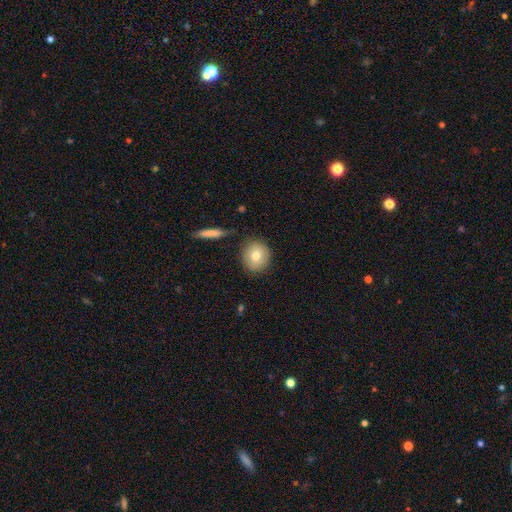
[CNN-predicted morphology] Q: Smooth or featured?
A: smooth (75%); runner-up: featured or disk (17%)
Q: How rounded?
A: round (87%); runner-up: in between (12%)
Q: Merging?
A: none (82%); runner-up: minor disturbance (12%)